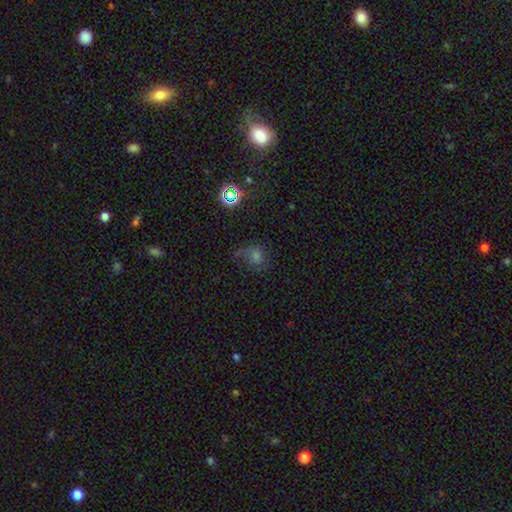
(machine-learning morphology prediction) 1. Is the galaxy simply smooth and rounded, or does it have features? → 46% smooth, 32% star or artifact, 22% featured or disk.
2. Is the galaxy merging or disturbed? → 52% none, 22% major disturbance, 22% minor disturbance, 5% merger.